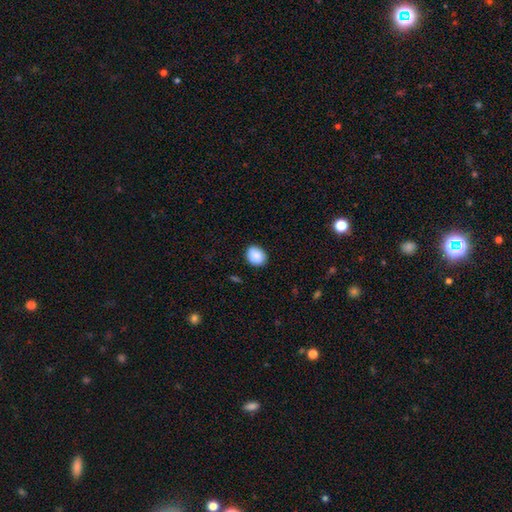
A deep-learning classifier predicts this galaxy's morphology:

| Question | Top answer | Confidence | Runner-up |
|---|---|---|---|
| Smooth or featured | smooth | 88% | star or artifact (8%) |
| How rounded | round | 61% | in between (38%) |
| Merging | none | 88% | minor disturbance (9%) |